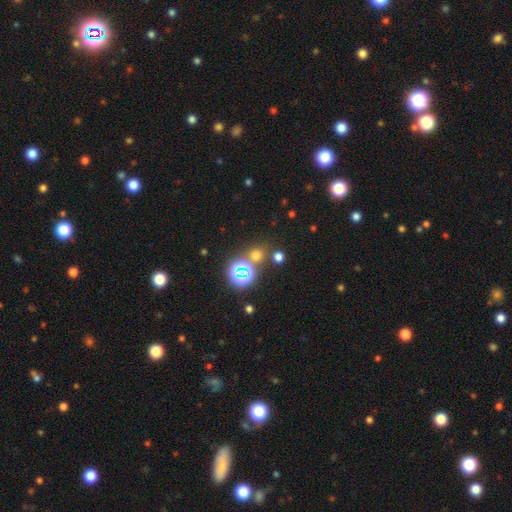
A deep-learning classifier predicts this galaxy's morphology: Q: Smooth or featured?
A: smooth (56%); runner-up: star or artifact (37%)
Q: How rounded?
A: round (86%); runner-up: in between (13%)
Q: Merging?
A: none (76%); runner-up: merger (13%)